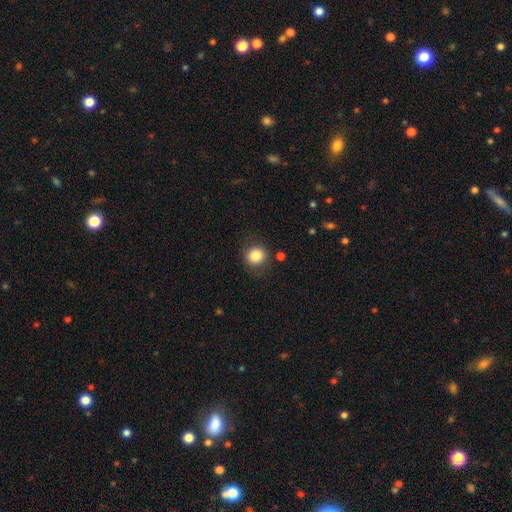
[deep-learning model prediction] This is clearly a smooth galaxy (83%). How rounded: clearly round (87%). Merging: clearly none (83%).